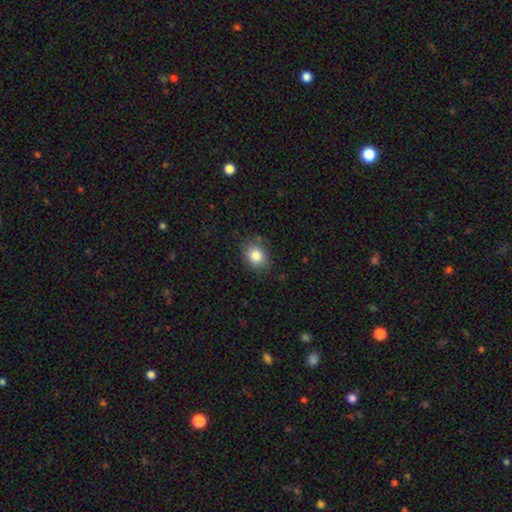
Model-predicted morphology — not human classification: Smooth or featured? Predicted: smooth (p=0.84). How rounded? Predicted: round (p=0.54). Merging? Predicted: none (p=0.81).